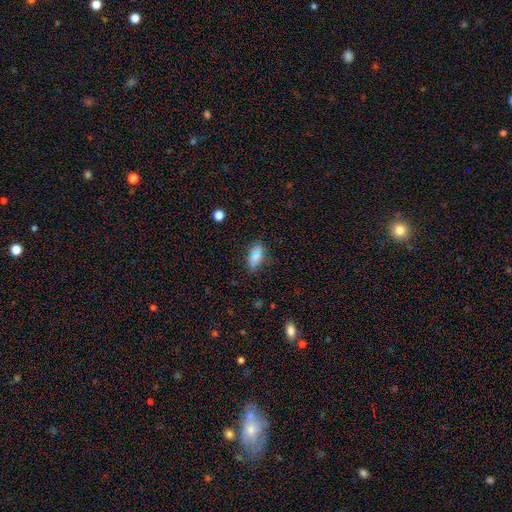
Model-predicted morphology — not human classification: Smooth or featured: smooth — 75% (star or artifact — 14%)
How rounded: in between — 87% (round — 7%)
Merging: none — 72% (minor disturbance — 19%)